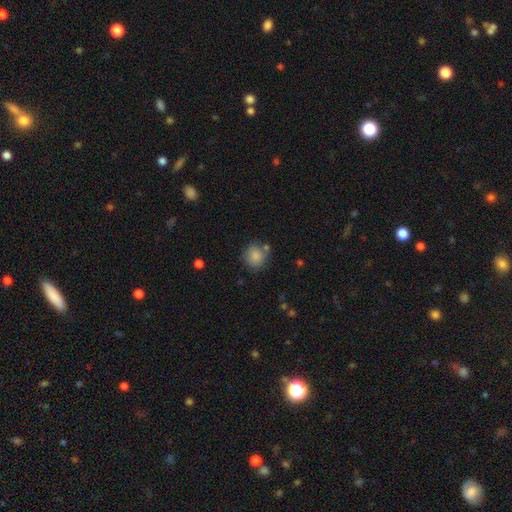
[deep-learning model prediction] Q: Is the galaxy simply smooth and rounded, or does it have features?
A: smooth — 86%.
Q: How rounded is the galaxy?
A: round — 83%.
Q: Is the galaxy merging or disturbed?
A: none — 73%.